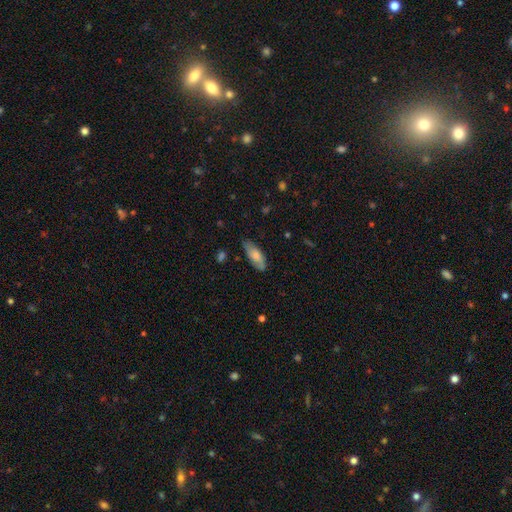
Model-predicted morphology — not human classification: smooth_or_featured: smooth (p=0.72) [alt: featured or disk p=0.22]
how_rounded: in between (p=0.72) [alt: cigar-shaped p=0.26]
merging: none (p=0.74) [alt: minor disturbance p=0.21]